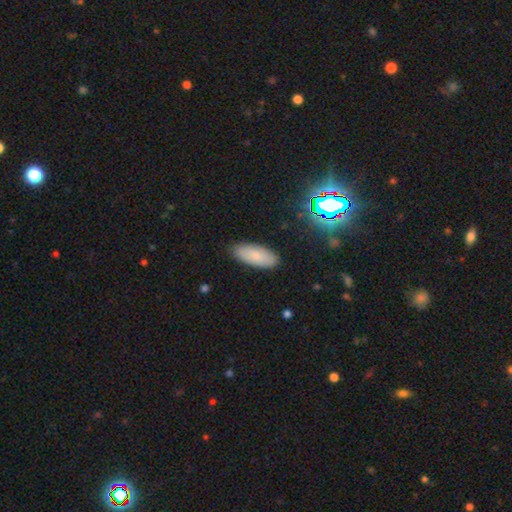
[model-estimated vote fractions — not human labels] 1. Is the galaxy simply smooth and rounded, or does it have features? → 80% smooth, 10% featured or disk, 10% star or artifact.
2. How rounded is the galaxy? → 80% in between, 18% cigar-shaped, 2% round.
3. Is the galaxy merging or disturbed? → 87% none, 9% minor disturbance, 2% major disturbance, 1% merger.